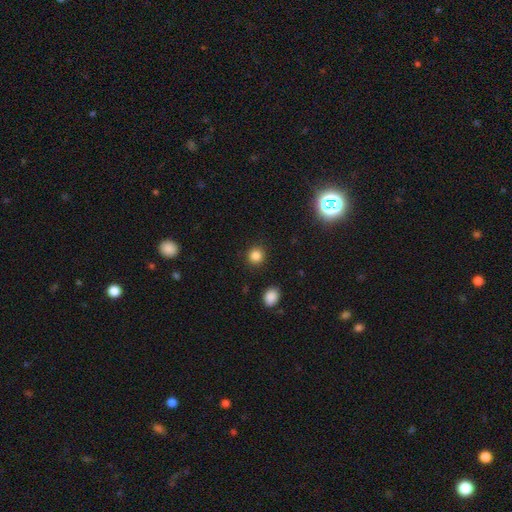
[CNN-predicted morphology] Smooth or featured?
  - smooth: 84% *
  - star or artifact: 12%
  - featured or disk: 4%
How rounded?
  - round: 91% *
  - in between: 8%
  - cigar-shaped: 1%
Merging?
  - none: 90% *
  - minor disturbance: 6%
  - major disturbance: 2%
  - merger: 2%